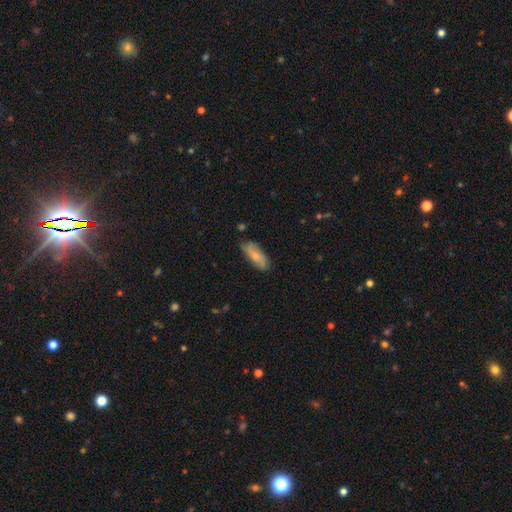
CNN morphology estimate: Smooth or featured?
  - smooth: 67% *
  - featured or disk: 27%
  - star or artifact: 6%
How rounded?
  - in between: 69% *
  - cigar-shaped: 29%
  - round: 2%
Merging?
  - none: 76% *
  - minor disturbance: 19%
  - major disturbance: 3%
  - merger: 2%